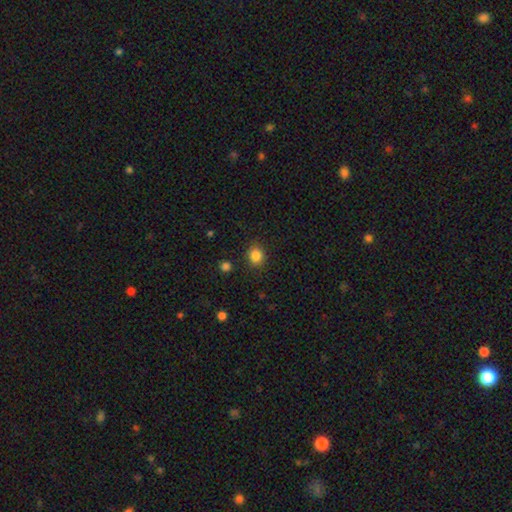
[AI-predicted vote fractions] Smooth or featured?
  - smooth: 85% *
  - star or artifact: 11%
  - featured or disk: 4%
How rounded?
  - round: 76% *
  - in between: 23%
  - cigar-shaped: 1%
Merging?
  - none: 87% *
  - minor disturbance: 9%
  - major disturbance: 3%
  - merger: 2%